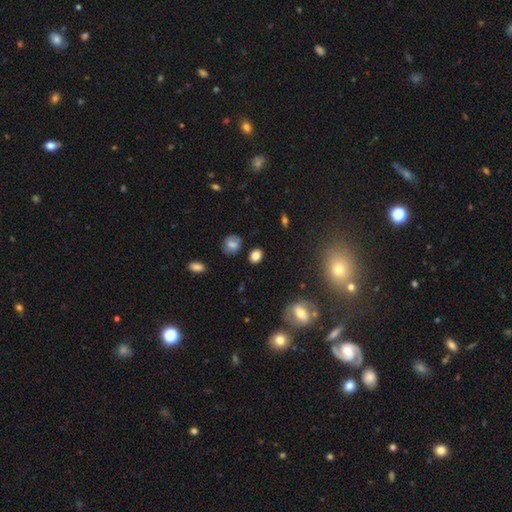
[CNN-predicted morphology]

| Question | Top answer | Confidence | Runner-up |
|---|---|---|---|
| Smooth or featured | smooth | 79% | star or artifact (12%) |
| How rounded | in between | 52% | round (47%) |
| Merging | none | 80% | minor disturbance (12%) |